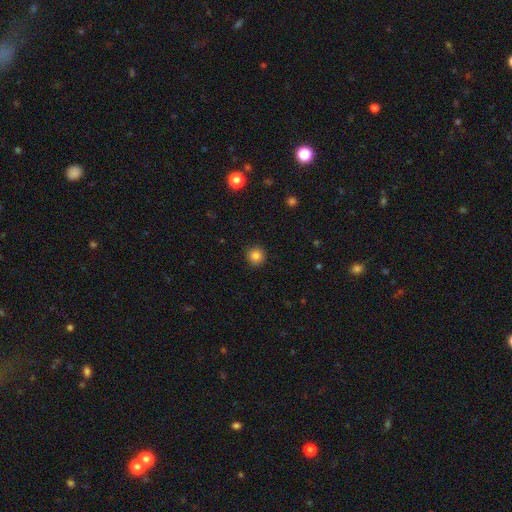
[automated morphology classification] type=smooth (84%); roundness=round (94%); merging=none (91%).